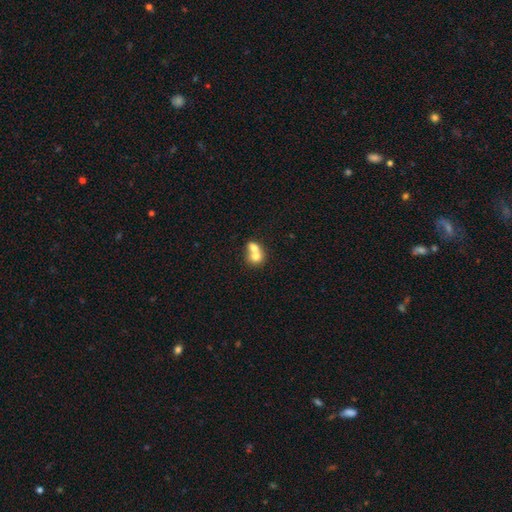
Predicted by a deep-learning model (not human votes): Smooth or featured?
  - smooth: 71% *
  - featured or disk: 21%
  - star or artifact: 9%
How rounded?
  - round: 59% *
  - in between: 40%
  - cigar-shaped: 1%
Merging?
  - merger: 72% *
  - none: 20%
  - minor disturbance: 5%
  - major disturbance: 3%